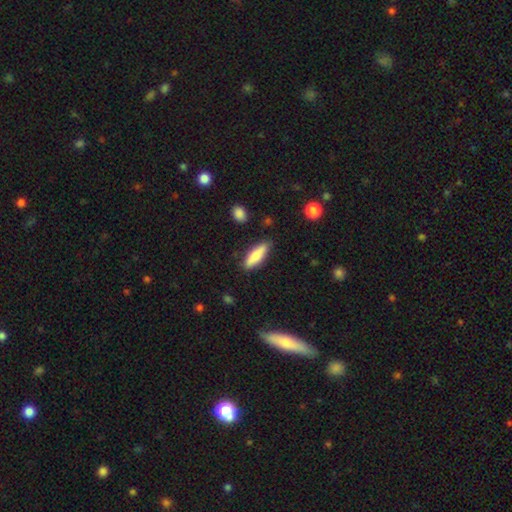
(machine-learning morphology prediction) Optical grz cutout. It shows a smooth galaxy with no disk features (73%) that is cigar-shaped (59%). Merging: none (84%).